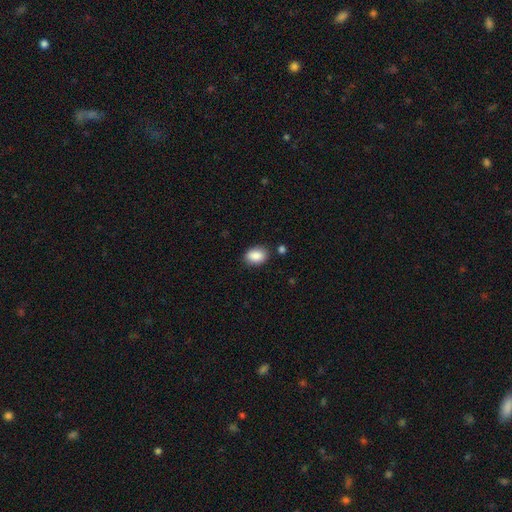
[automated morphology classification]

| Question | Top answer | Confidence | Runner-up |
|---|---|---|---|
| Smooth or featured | smooth | 89% | star or artifact (8%) |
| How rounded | in between | 78% | round (21%) |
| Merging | none | 83% | minor disturbance (12%) |